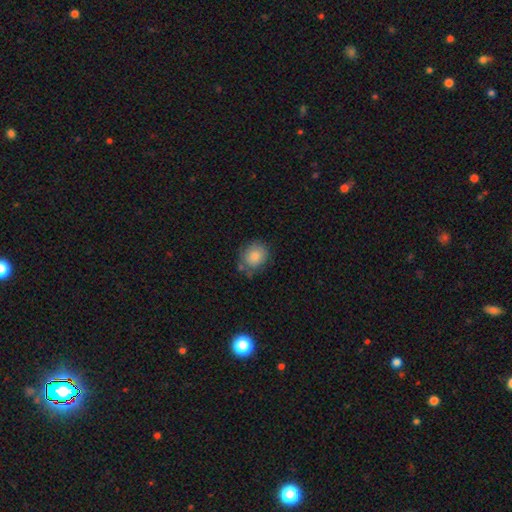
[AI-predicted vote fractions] Smooth or featured?
  - smooth: 84% *
  - star or artifact: 9%
  - featured or disk: 7%
How rounded?
  - round: 68% *
  - in between: 31%
  - cigar-shaped: 1%
Merging?
  - none: 69% *
  - minor disturbance: 21%
  - merger: 5%
  - major disturbance: 5%